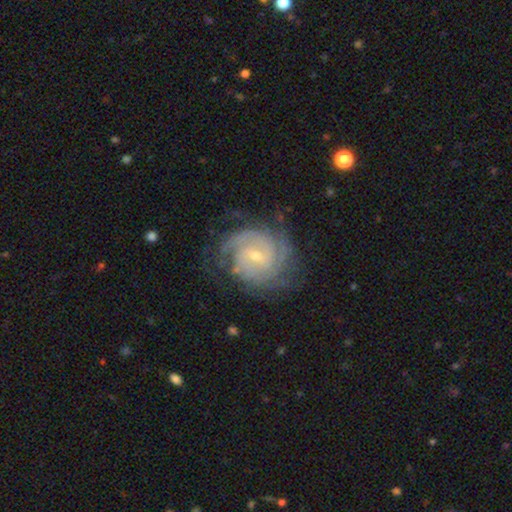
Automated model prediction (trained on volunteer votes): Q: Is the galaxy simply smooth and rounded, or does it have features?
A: featured or disk — 87%.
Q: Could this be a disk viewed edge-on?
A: no — 98%.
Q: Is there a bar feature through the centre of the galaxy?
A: weak — 49%.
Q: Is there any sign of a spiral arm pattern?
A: yes — 97%.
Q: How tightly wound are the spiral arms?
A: tight — 68%.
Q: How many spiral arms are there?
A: can't tell — 29%.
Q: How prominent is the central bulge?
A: small — 63%.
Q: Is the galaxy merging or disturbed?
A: none — 73%.